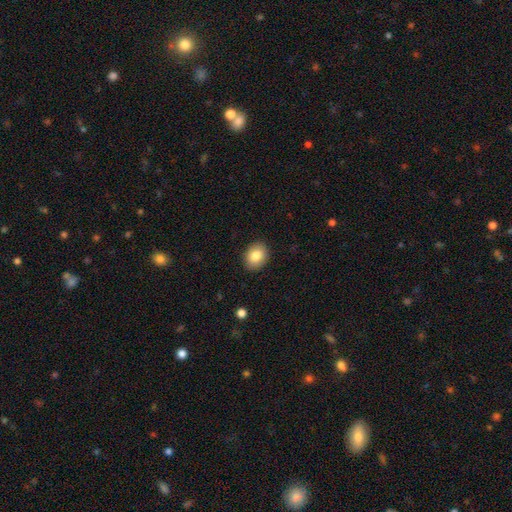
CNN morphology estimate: This is clearly a smooth galaxy (83%). How rounded: likely in between (61%). Merging: clearly none (88%).